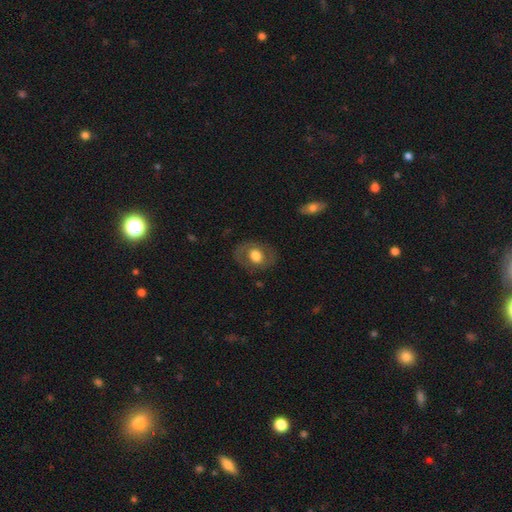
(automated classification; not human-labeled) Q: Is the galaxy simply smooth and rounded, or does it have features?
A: smooth — 56%.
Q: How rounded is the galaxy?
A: in between — 58%.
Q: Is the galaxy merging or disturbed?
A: none — 78%.